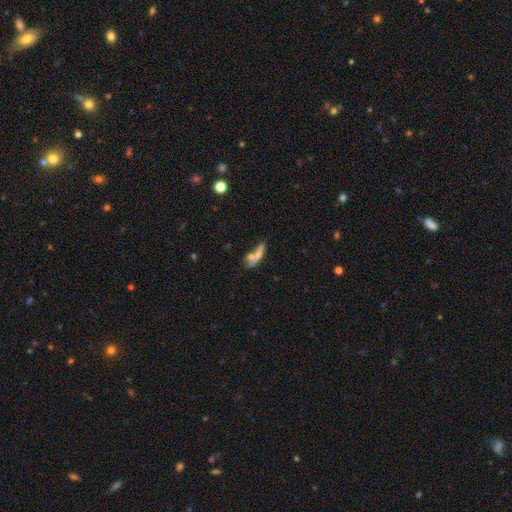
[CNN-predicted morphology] The model was most divided on "how rounded": in between: 48%, cigar-shaped: 45%, round: 7%. Remaining: smooth or featured — smooth (59%); merging — merger (45%).